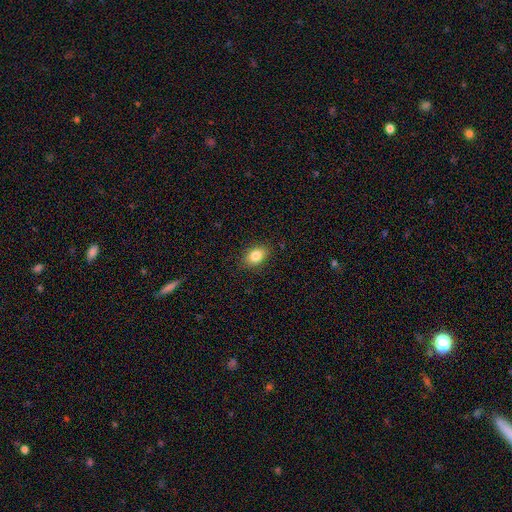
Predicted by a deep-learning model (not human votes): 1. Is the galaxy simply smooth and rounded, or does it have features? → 84% smooth, 9% star or artifact, 7% featured or disk.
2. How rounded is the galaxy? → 80% in between, 18% round, 2% cigar-shaped.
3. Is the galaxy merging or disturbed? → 86% none, 10% minor disturbance, 2% major disturbance, 1% merger.